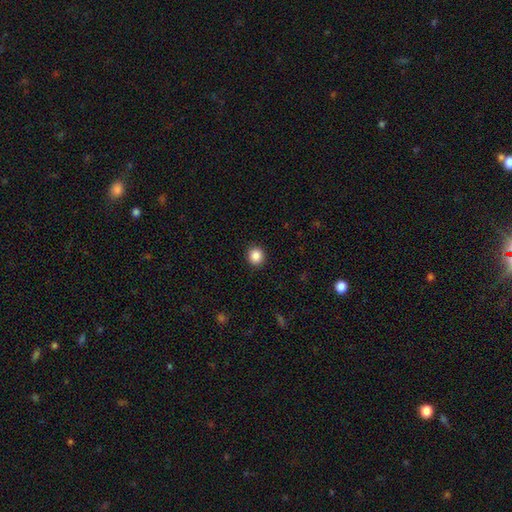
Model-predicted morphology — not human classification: smooth-or-featured: smooth: 87% | star or artifact: 10% | featured or disk: 4%
  how-rounded: round: 91% | in between: 8% | cigar-shaped: 1%
  merging: none: 92% | minor disturbance: 5% | major disturbance: 2% | merger: 1%